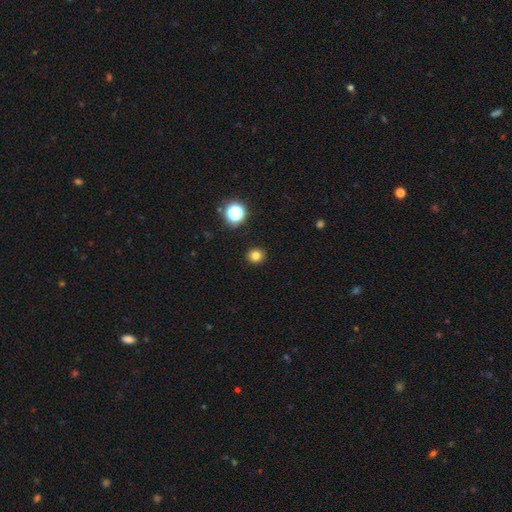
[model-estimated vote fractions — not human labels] Smooth or featured? Predicted: smooth (p=0.80). How rounded? Predicted: round (p=0.88). Merging? Predicted: none (p=0.92).